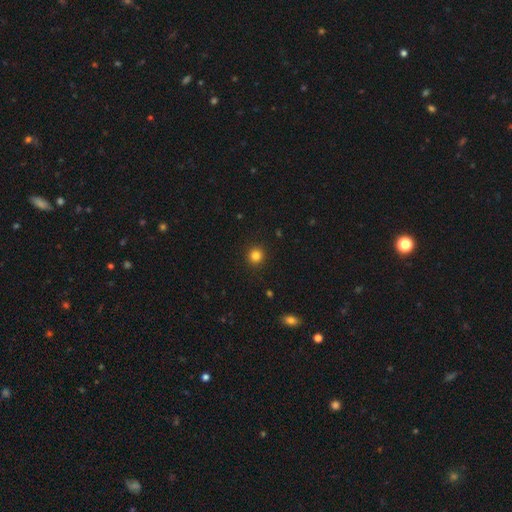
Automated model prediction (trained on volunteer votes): Smooth or featured? Predicted: smooth (p=0.83). How rounded? Predicted: round (p=0.94). Merging? Predicted: none (p=0.93).